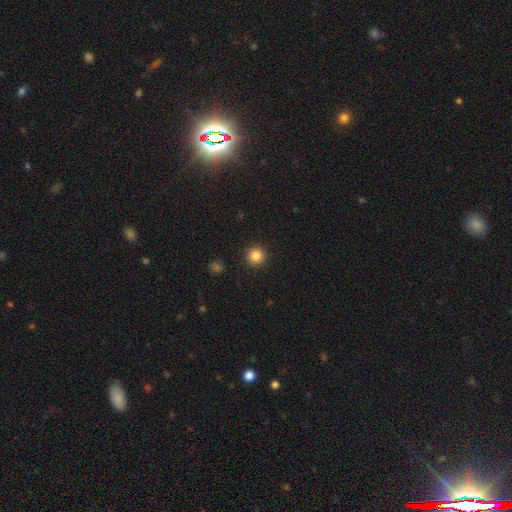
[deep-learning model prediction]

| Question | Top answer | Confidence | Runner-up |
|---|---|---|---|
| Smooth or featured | smooth | 85% | star or artifact (11%) |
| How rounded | round | 95% | in between (4%) |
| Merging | none | 93% | minor disturbance (5%) |